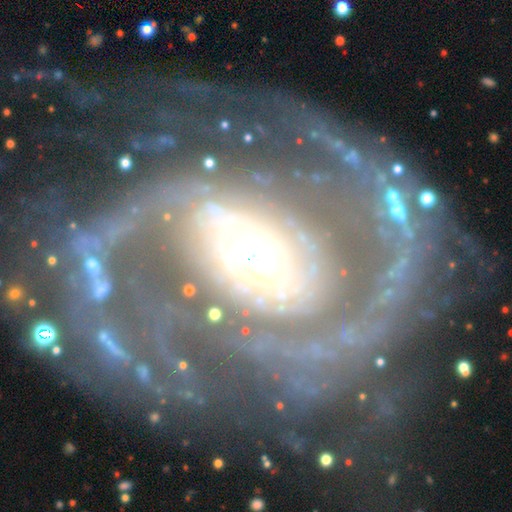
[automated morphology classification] featured or disk 88%, smooth 7%, star or artifact 5%. Down the decision tree: edge-on disk — no (95%); bar — no (49%); spiral arms — yes (89%); spiral arm count — 2 (44%); spiral winding — tight (45%); bulge size — moderate (58%); merging — none (57%).